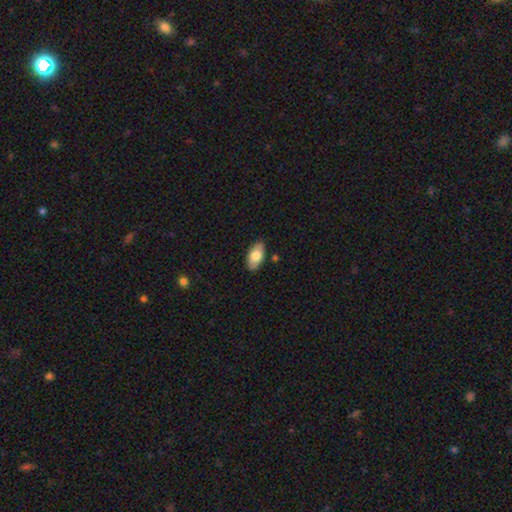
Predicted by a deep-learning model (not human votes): The model was most divided on "smooth or featured": smooth: 77%, featured or disk: 17%, star or artifact: 6%. More confident: how rounded — in between (93%); merging — none (85%).